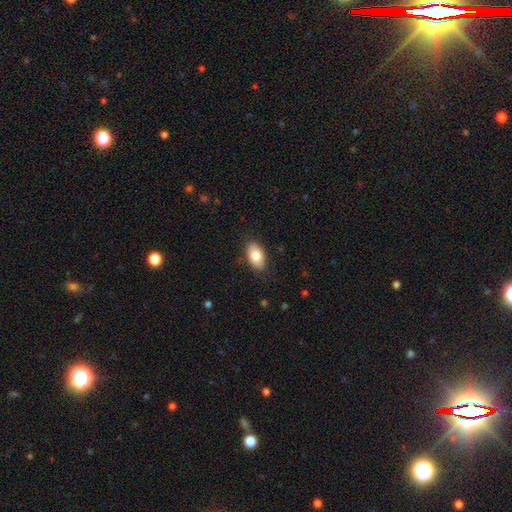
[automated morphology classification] This is clearly a smooth galaxy (82%). How rounded: clearly in between (93%). Merging: clearly none (86%).